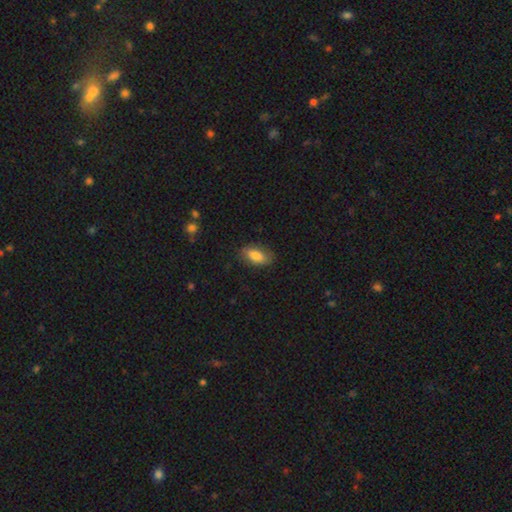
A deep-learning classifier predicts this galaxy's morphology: Smooth or featured?
  - smooth: 81% *
  - featured or disk: 12%
  - star or artifact: 7%
How rounded?
  - in between: 89% *
  - cigar-shaped: 7%
  - round: 4%
Merging?
  - none: 79% *
  - minor disturbance: 16%
  - major disturbance: 4%
  - merger: 1%